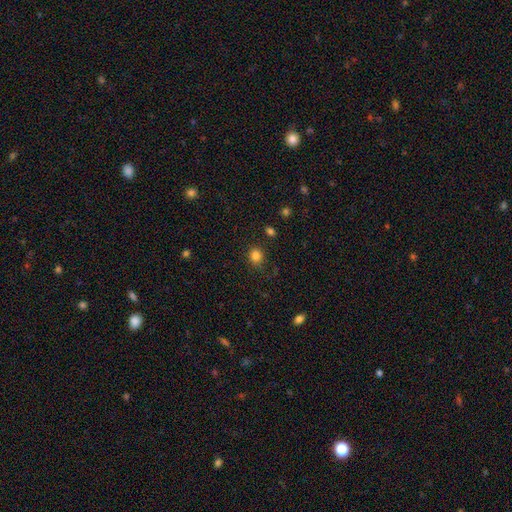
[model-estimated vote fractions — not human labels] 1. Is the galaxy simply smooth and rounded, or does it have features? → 83% smooth, 12% star or artifact, 5% featured or disk.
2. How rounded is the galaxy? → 76% round, 23% in between, 1% cigar-shaped.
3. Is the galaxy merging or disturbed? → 84% none, 10% minor disturbance, 3% major disturbance, 2% merger.